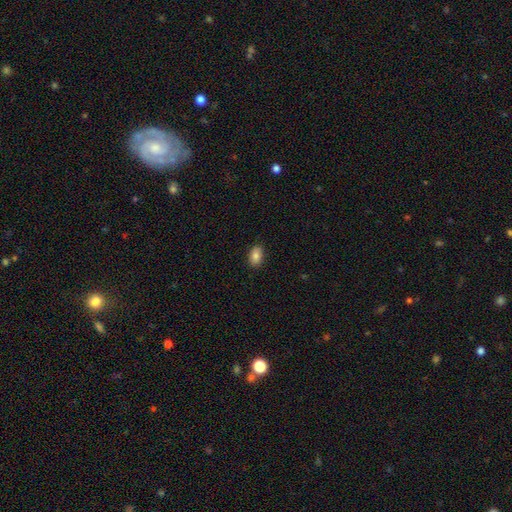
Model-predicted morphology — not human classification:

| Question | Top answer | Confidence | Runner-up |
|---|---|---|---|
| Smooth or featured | smooth | 85% | star or artifact (8%) |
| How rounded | in between | 89% | round (10%) |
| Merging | none | 88% | minor disturbance (9%) |